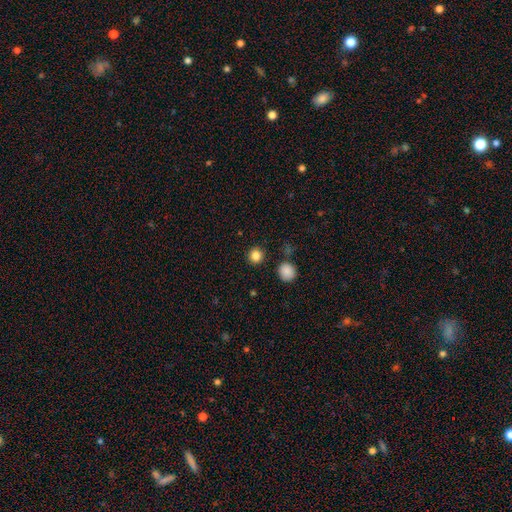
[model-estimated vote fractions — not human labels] smooth 85%, star or artifact 11%, featured or disk 4%. Down the decision tree: how rounded — round (92%); merging — none (90%).